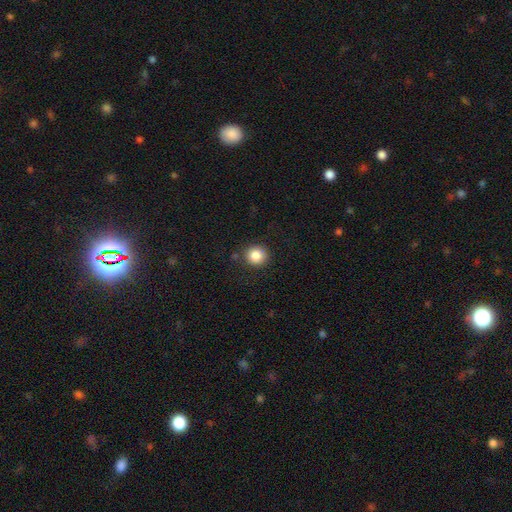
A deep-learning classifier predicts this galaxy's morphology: Q: Smooth or featured?
A: smooth (86%); runner-up: star or artifact (10%)
Q: How rounded?
A: round (90%); runner-up: in between (9%)
Q: Merging?
A: none (86%); runner-up: minor disturbance (9%)